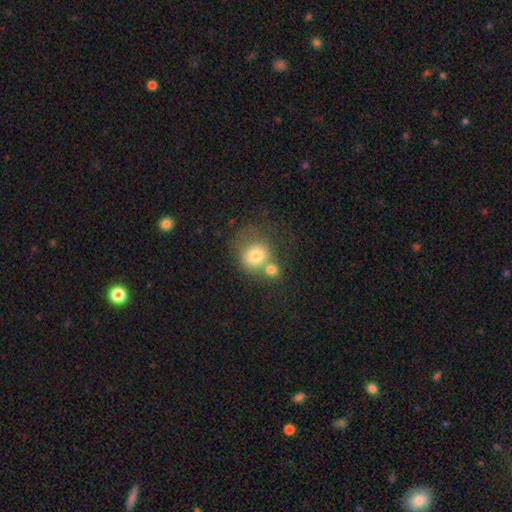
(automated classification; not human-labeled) smooth-or-featured: smooth: 74% | featured or disk: 16% | star or artifact: 10%
  how-rounded: round: 82% | in between: 17% | cigar-shaped: 1%
  merging: merger: 46% | none: 34% | minor disturbance: 12% | major disturbance: 9%